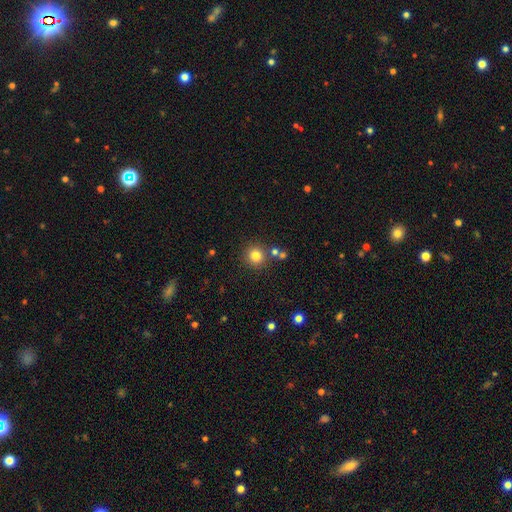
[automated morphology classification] Q: Smooth or featured?
A: smooth (80%); runner-up: star or artifact (13%)
Q: How rounded?
A: round (93%); runner-up: in between (6%)
Q: Merging?
A: none (81%); runner-up: merger (9%)